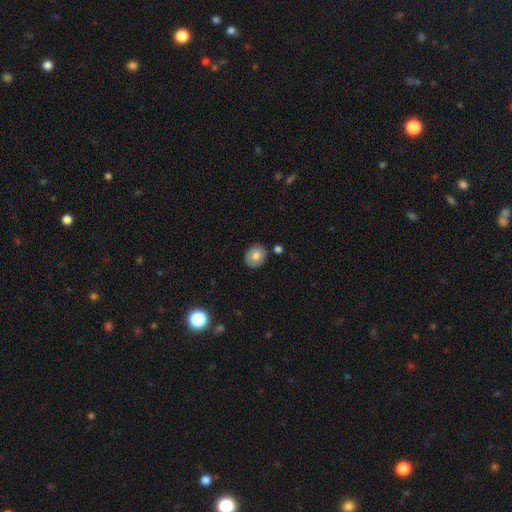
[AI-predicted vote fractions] Q: Smooth or featured?
A: smooth (76%); runner-up: featured or disk (16%)
Q: How rounded?
A: round (69%); runner-up: in between (30%)
Q: Merging?
A: none (85%); runner-up: minor disturbance (10%)